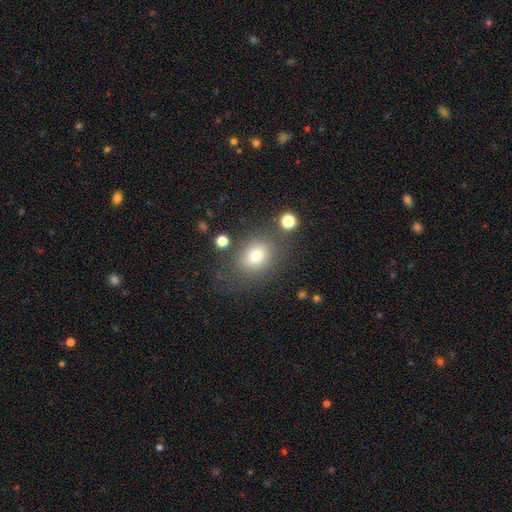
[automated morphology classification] Smooth or featured: smooth — 76% (star or artifact — 13%)
How rounded: in between — 61% (round — 38%)
Merging: none — 71% (minor disturbance — 16%)